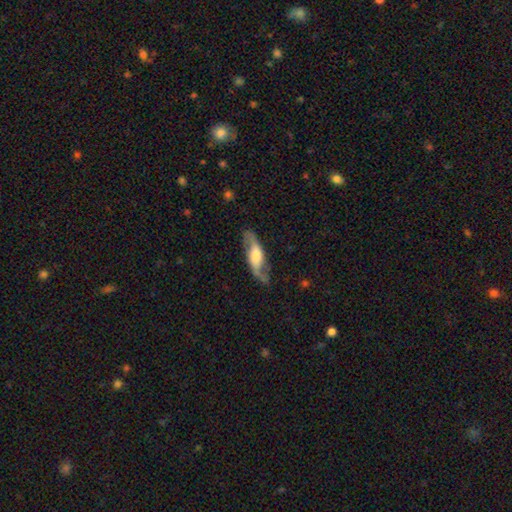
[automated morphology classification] Smooth or featured?
  - featured or disk: 77% *
  - smooth: 17%
  - star or artifact: 5%
Edge-on disk?
  - no: 81% *
  - yes: 19%
Bar?
  - no: 43% *
  - weak: 37%
  - strong: 20%
Spiral arms?
  - yes: 92% *
  - no: 8%
Spiral winding?
  - loose: 50% *
  - medium: 38%
  - tight: 11%
Spiral arm count?
  - 2: 91% *
  - can't tell: 4%
  - 1: 2%
  - 3: 1%
  - 4: 1%
  - more than 4: 1%
Bulge size?
  - large: 43% *
  - moderate: 34%
  - small: 11%
  - none: 6%
  - dominant: 5%
Merging?
  - none: 79% *
  - minor disturbance: 14%
  - major disturbance: 6%
  - merger: 1%